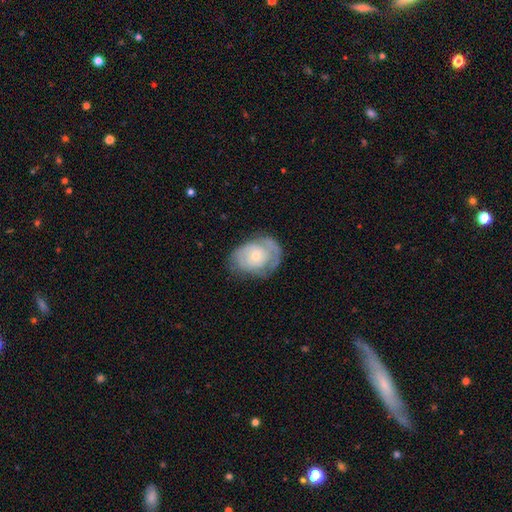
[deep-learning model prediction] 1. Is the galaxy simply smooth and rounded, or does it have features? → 63% featured or disk, 30% smooth, 6% star or artifact.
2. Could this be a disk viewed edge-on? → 96% no, 4% yes.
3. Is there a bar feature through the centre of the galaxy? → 81% no, 17% weak, 3% strong.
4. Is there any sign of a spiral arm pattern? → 73% yes, 27% no.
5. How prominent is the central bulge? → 60% small, 36% moderate, 2% large, 1% none, 1% dominant.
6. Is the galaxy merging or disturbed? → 58% none, 26% minor disturbance, 14% major disturbance, 2% merger.